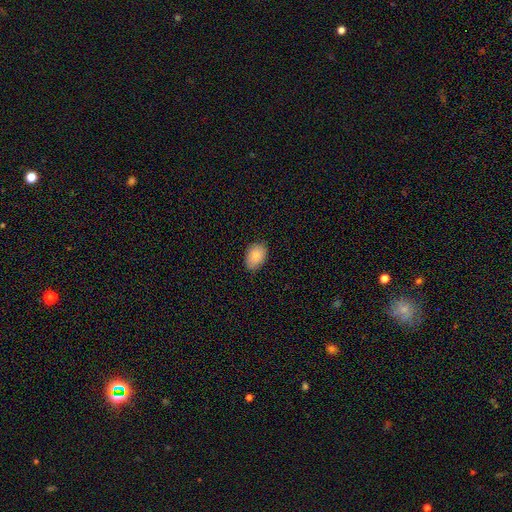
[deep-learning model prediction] Smooth or featured? smooth (85%)
How rounded? in between (85%)
Merging? none (83%)